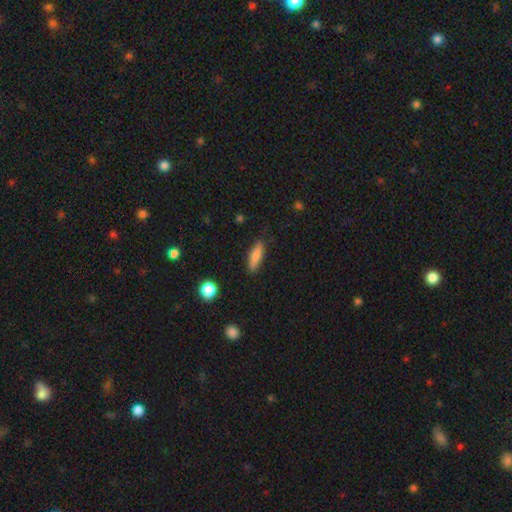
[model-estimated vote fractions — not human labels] Morphology: type=smooth (80%); roundness=cigar-shaped (54%); merging=none (85%).